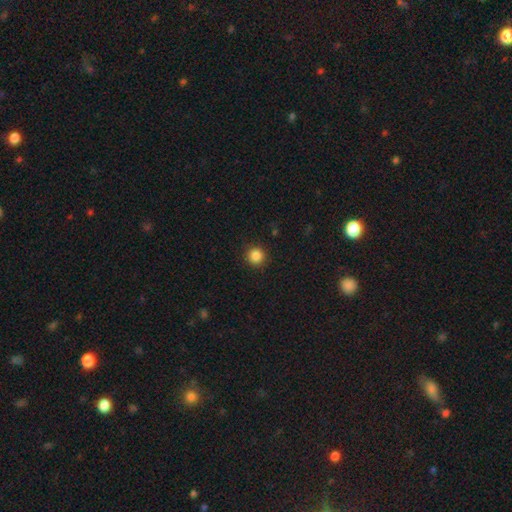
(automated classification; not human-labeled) This appears to be a smooth galaxy with no disk features (86%) that is round (95%). Merging: none (92%).